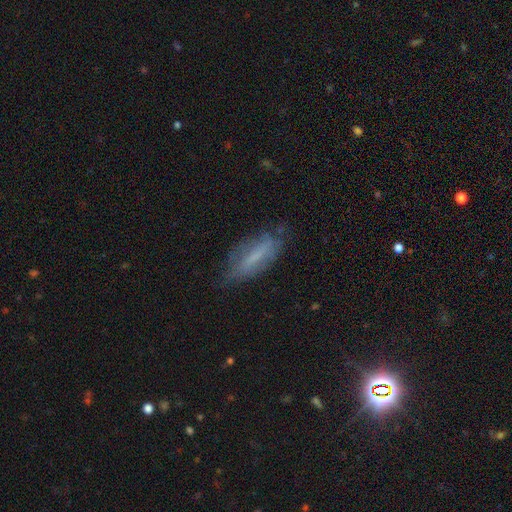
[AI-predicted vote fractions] smooth-or-featured: smooth: 52% | featured or disk: 38% | star or artifact: 10%
  how-rounded: in between: 51% | cigar-shaped: 47% | round: 2%
  merging: none: 68% | minor disturbance: 22% | major disturbance: 7% | merger: 2%